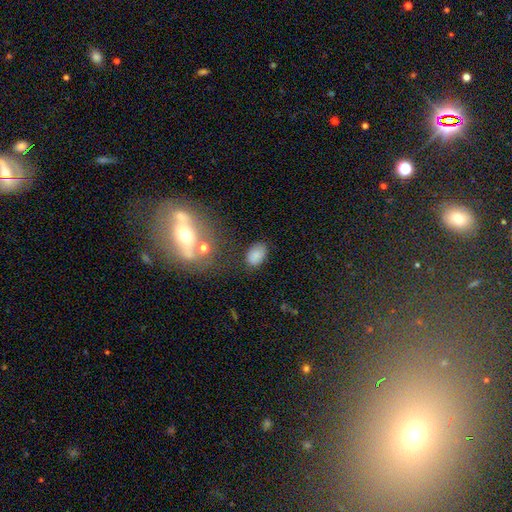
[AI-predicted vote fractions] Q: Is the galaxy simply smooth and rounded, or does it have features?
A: smooth — 80%.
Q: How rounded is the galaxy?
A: in between — 88%.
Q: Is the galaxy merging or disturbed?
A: none — 76%.